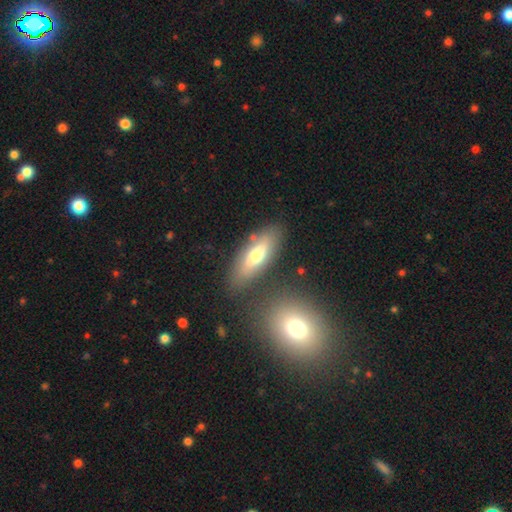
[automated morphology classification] Q: Smooth or featured?
A: smooth (61%); runner-up: featured or disk (32%)
Q: How rounded?
A: in between (58%); runner-up: cigar-shaped (40%)
Q: Merging?
A: none (76%); runner-up: minor disturbance (13%)